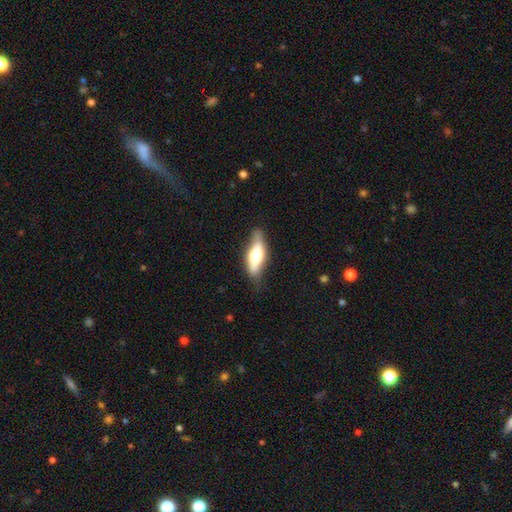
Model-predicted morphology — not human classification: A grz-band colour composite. It shows a smooth galaxy with no disk features (48%). Merging: none (71%).